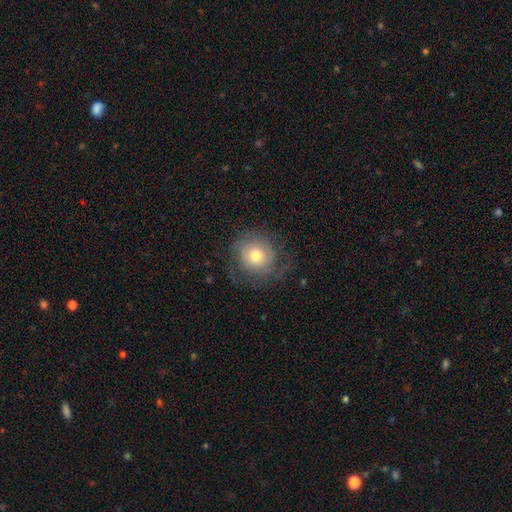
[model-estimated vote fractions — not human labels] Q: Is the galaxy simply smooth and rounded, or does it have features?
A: smooth — 50%.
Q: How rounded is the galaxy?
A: round — 87%.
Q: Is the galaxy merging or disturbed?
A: none — 67%.